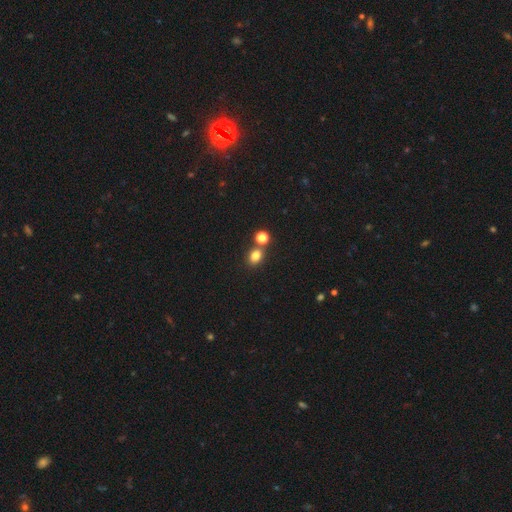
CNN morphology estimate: This is likely a smooth galaxy (79%). How rounded: possibly round (51%). Merging: likely none (66%).